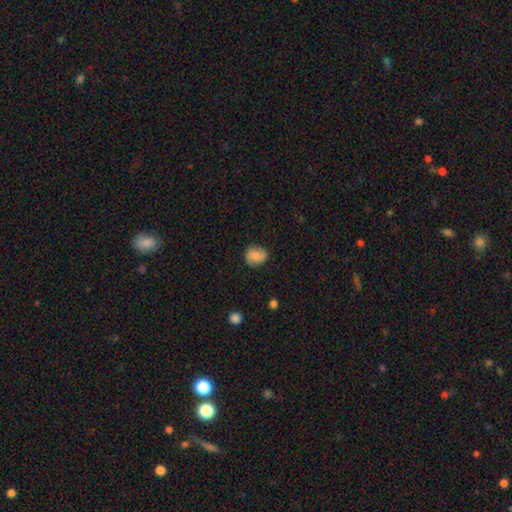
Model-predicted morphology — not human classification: Smooth or featured? Predicted: smooth (p=0.70). How rounded? Predicted: round (p=0.75). Merging? Predicted: none (p=0.76).